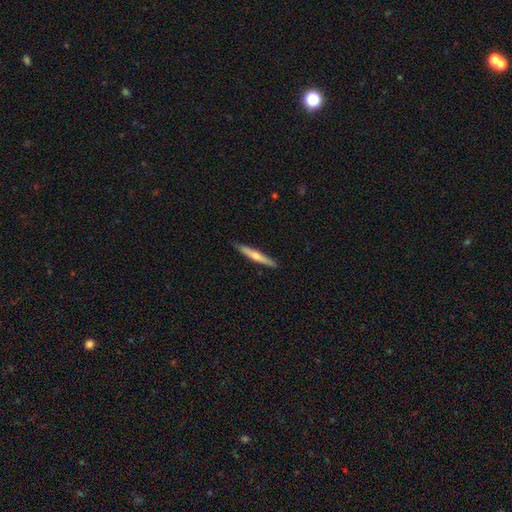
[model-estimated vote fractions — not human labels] Q: Smooth or featured?
A: featured or disk (56%); runner-up: smooth (38%)
Q: Edge-on disk?
A: yes (96%); runner-up: no (4%)
Q: Edge-on bulge?
A: rounded (76%); runner-up: none (20%)
Q: Merging?
A: none (91%); runner-up: minor disturbance (7%)